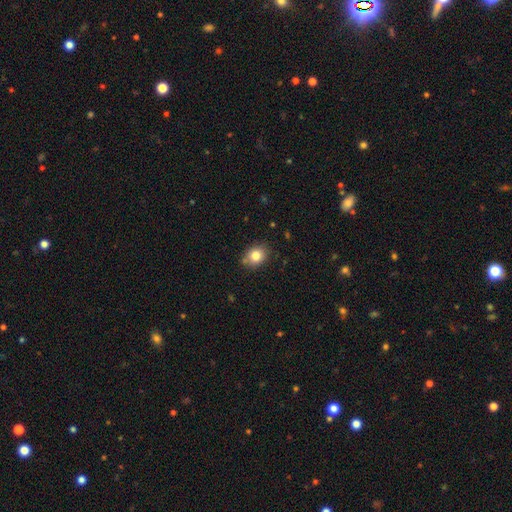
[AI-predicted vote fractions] This is clearly a smooth galaxy (81%). How rounded: possibly round (50%). Merging: clearly none (80%).